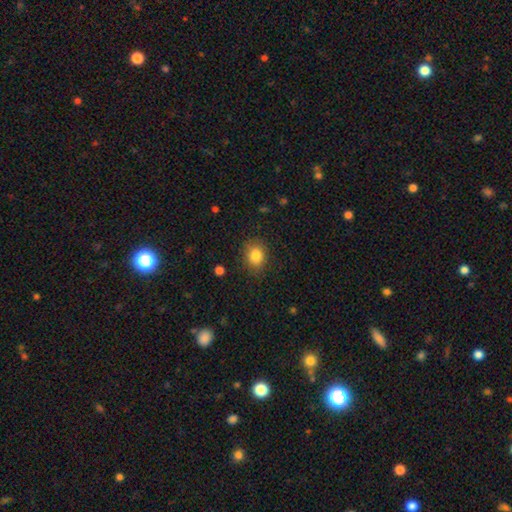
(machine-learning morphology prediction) smooth_or_featured: smooth (p=0.83) [alt: star or artifact p=0.10]
how_rounded: round (p=0.50) [alt: in between p=0.49]
merging: none (p=0.83) [alt: minor disturbance p=0.12]